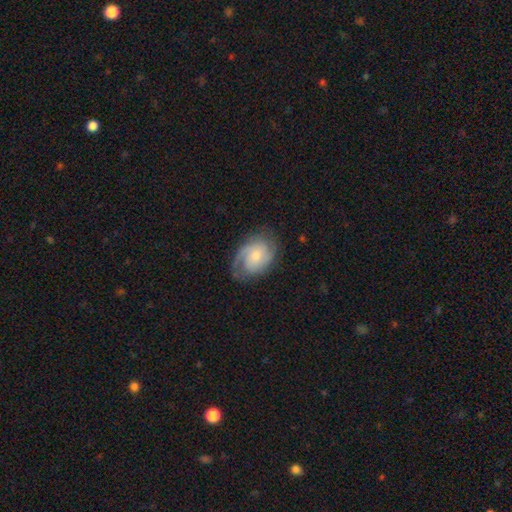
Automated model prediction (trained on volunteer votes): Smooth or featured?
  - featured or disk: 73% *
  - smooth: 21%
  - star or artifact: 6%
Edge-on disk?
  - no: 97% *
  - yes: 3%
Bar?
  - no: 66% *
  - weak: 30%
  - strong: 4%
Spiral arms?
  - yes: 93% *
  - no: 7%
Spiral winding?
  - tight: 46% *
  - medium: 39%
  - loose: 14%
Spiral arm count?
  - 2: 44% *
  - can't tell: 21%
  - 3: 14%
  - 1: 14%
  - 4: 3%
  - more than 4: 3%
Bulge size?
  - small: 46% *
  - moderate: 45%
  - large: 4%
  - none: 3%
  - dominant: 1%
Merging?
  - none: 70% *
  - minor disturbance: 20%
  - major disturbance: 9%
  - merger: 1%